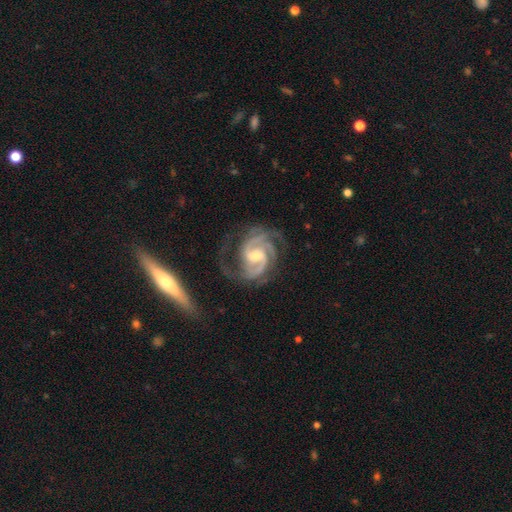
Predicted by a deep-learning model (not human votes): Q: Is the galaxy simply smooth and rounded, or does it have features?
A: featured or disk — 93%.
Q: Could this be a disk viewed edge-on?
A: no — 98%.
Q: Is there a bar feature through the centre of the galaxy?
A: weak — 48%.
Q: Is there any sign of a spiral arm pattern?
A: yes — 99%.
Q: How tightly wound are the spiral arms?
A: tight — 52%.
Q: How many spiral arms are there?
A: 3 — 39%.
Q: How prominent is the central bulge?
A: moderate — 60%.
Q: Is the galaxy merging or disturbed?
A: none — 66%.